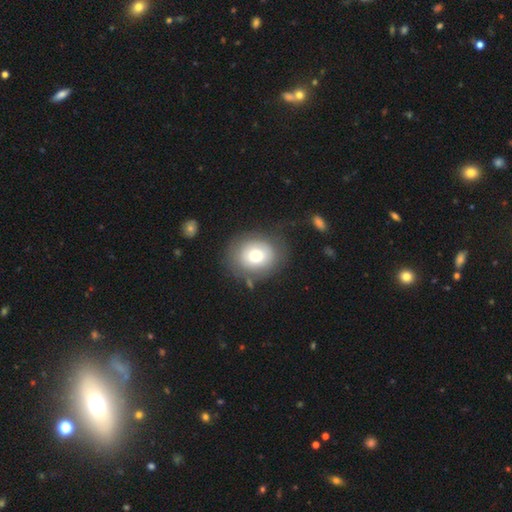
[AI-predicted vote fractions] The model was most divided on "smooth or featured": smooth: 70%, featured or disk: 21%, star or artifact: 10%. More confident: how rounded — round (74%); merging — none (71%).